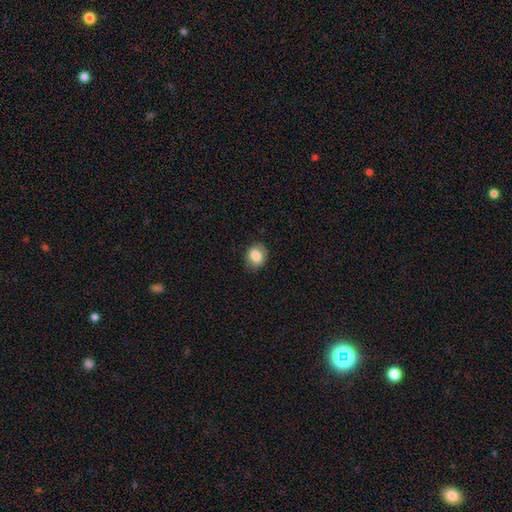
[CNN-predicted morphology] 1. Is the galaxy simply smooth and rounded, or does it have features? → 84% smooth, 8% star or artifact, 8% featured or disk.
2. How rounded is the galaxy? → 58% round, 41% in between, 1% cigar-shaped.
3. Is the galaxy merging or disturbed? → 85% none, 12% minor disturbance, 3% major disturbance, 1% merger.